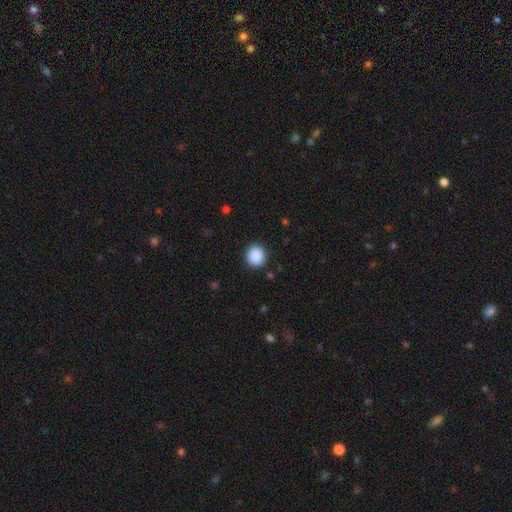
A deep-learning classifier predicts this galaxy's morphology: This is clearly a smooth galaxy (89%). How rounded: clearly round (84%). Merging: clearly none (89%).